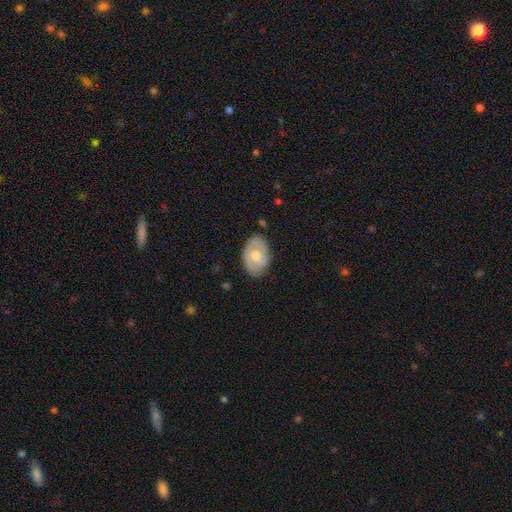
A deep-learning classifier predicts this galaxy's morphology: Q: Smooth or featured?
A: smooth (48%); runner-up: featured or disk (45%)
Q: Merging?
A: none (78%); runner-up: minor disturbance (17%)